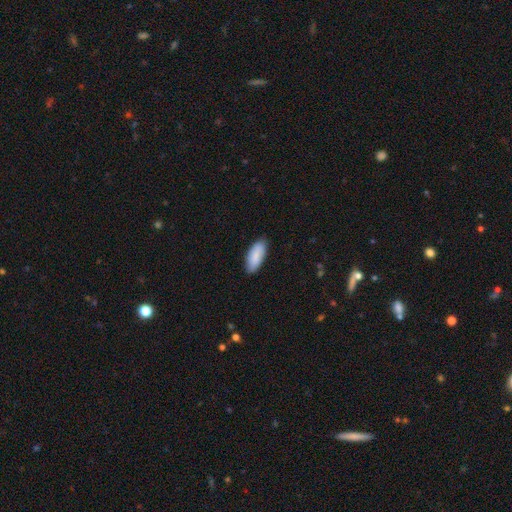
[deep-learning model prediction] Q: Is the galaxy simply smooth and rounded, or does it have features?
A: smooth — 89%.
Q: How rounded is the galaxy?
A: in between — 85%.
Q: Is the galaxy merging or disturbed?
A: none — 85%.